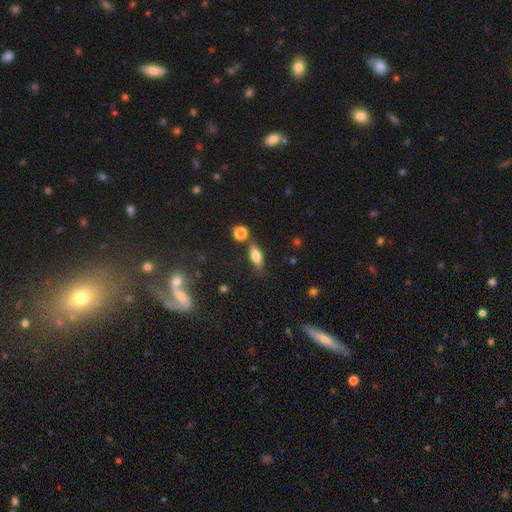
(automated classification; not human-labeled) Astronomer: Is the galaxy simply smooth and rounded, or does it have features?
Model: smooth — 65%.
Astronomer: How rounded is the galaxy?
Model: in between — 65%.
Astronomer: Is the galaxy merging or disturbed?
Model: none — 71%.